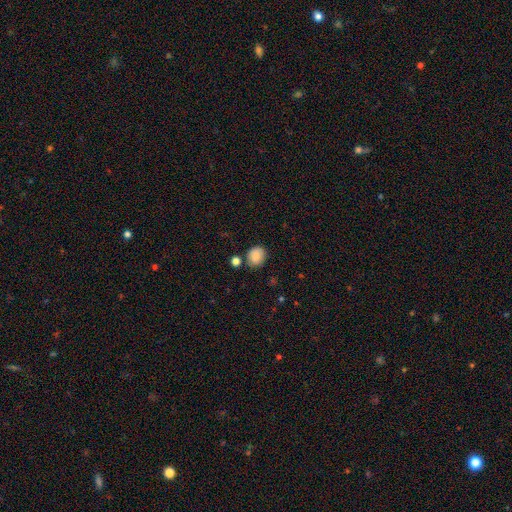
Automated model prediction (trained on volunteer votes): This is clearly a smooth galaxy (84%). How rounded: likely round (61%). Merging: likely none (76%).